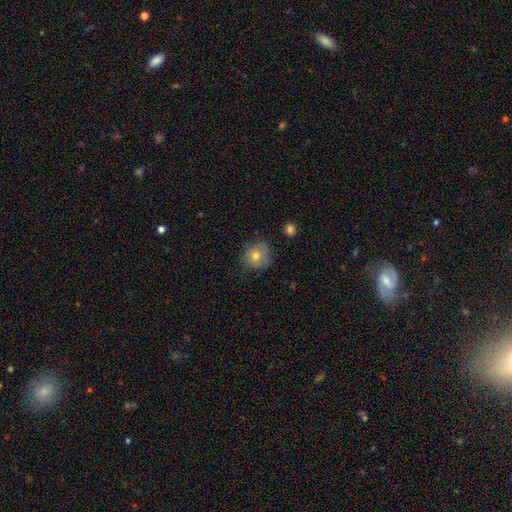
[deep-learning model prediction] The model was most divided on "merging": none: 70%, minor disturbance: 23%, major disturbance: 5%, merger: 2%. More confident: how rounded — round (86%); smooth or featured — smooth (77%).